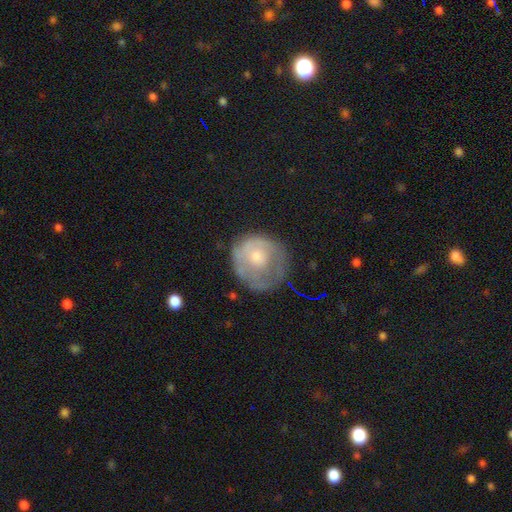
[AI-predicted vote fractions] A smooth galaxy with no disk features (49%). Merging: none (50%).